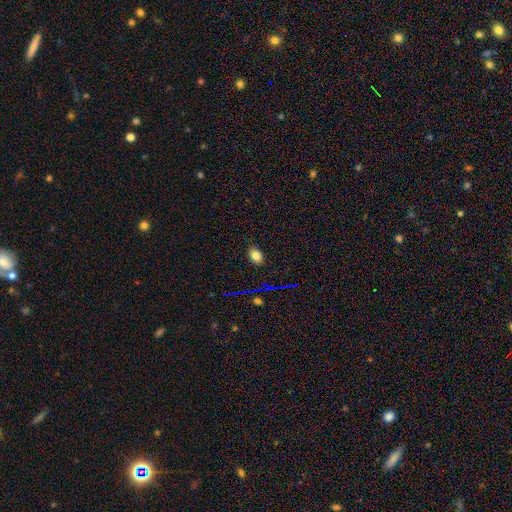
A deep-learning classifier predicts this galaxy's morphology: Smooth or featured? smooth (80%)
How rounded? in between (82%)
Merging? none (88%)